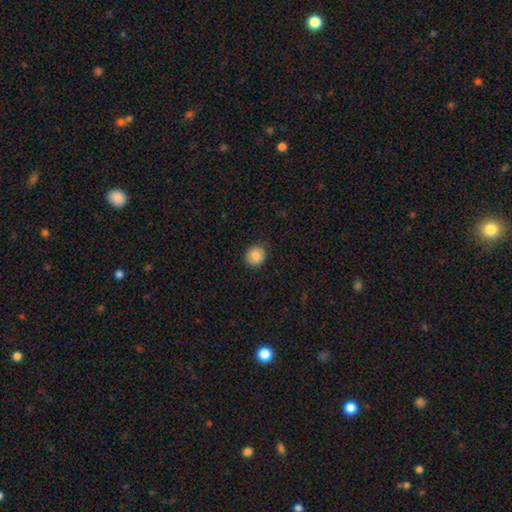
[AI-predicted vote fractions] This is clearly a smooth galaxy (85%). How rounded: clearly round (83%). Merging: clearly none (85%).